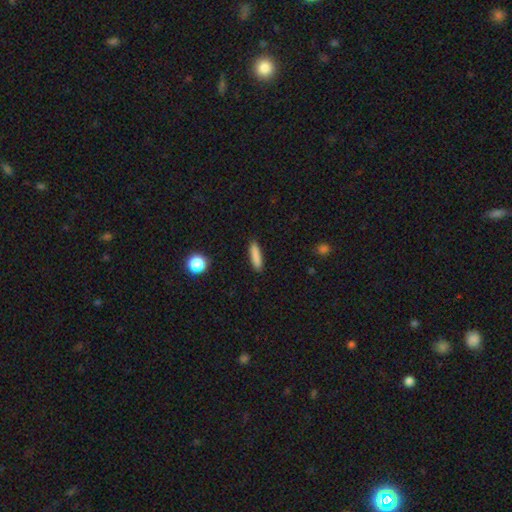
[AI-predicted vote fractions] This is clearly a smooth galaxy (85%). How rounded: clearly cigar-shaped (81%). Merging: clearly none (89%).